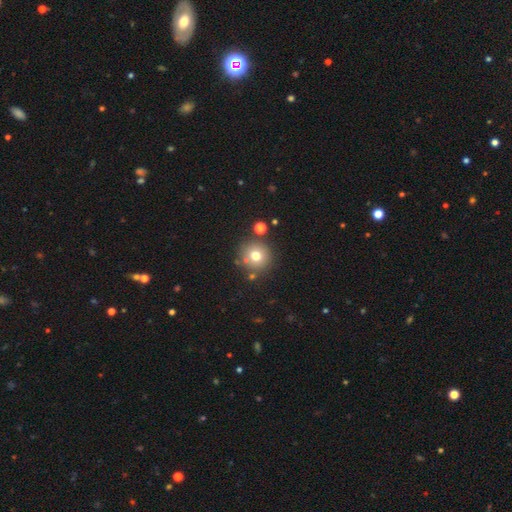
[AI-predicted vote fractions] A smooth galaxy with no disk features (74%) that is round (93%). Merging: none (81%).